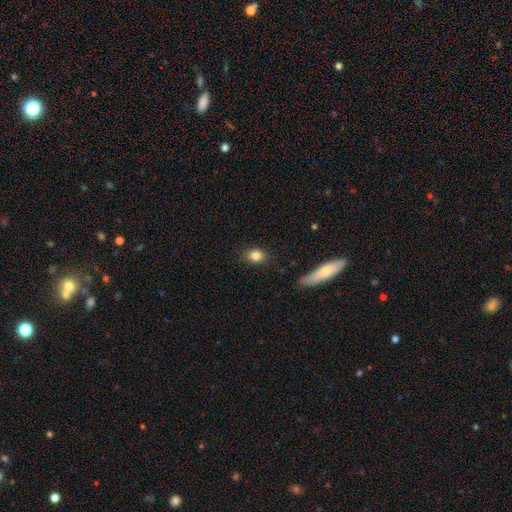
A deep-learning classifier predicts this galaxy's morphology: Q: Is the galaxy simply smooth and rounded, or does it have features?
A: smooth — 84%.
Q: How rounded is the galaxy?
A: in between — 67%.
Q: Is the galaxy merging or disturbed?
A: none — 85%.